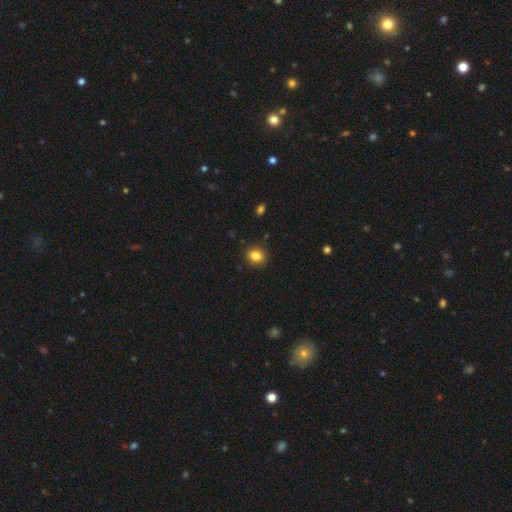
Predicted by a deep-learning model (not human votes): Smooth or featured: smooth — 83% (star or artifact — 11%)
How rounded: round — 78% (in between — 21%)
Merging: none — 89% (minor disturbance — 8%)